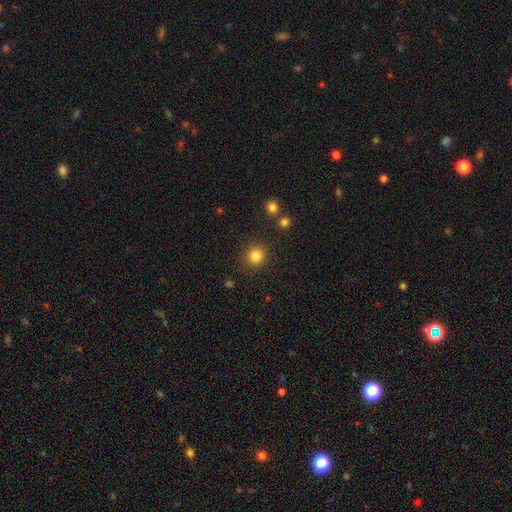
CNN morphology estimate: This is clearly a smooth galaxy (84%). How rounded: clearly round (91%). Merging: clearly none (88%).